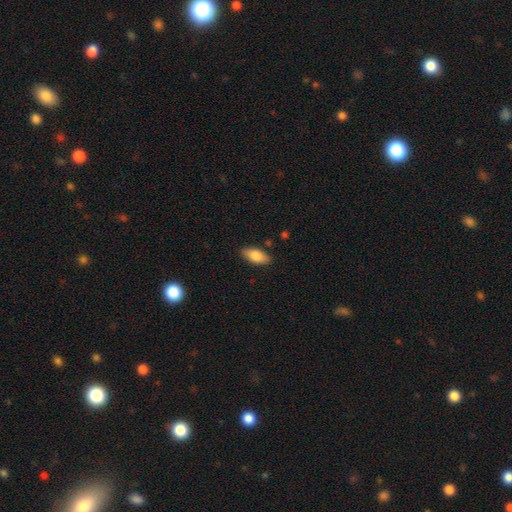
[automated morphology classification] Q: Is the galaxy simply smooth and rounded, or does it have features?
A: smooth — 83%.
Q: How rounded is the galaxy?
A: in between — 87%.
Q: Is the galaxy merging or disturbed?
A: none — 86%.